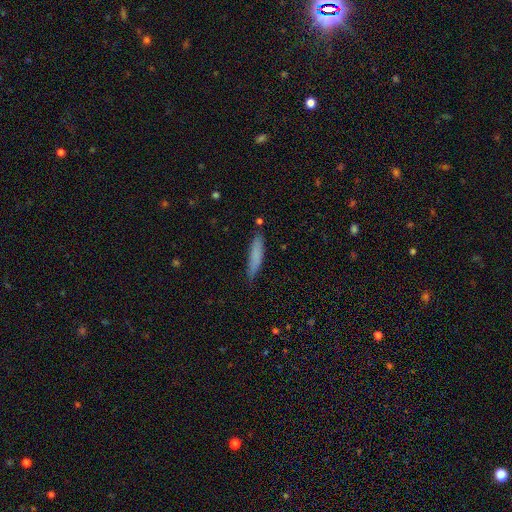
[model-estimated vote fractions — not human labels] This is likely a smooth galaxy (78%). How rounded: clearly cigar-shaped (84%). Merging: likely none (80%).